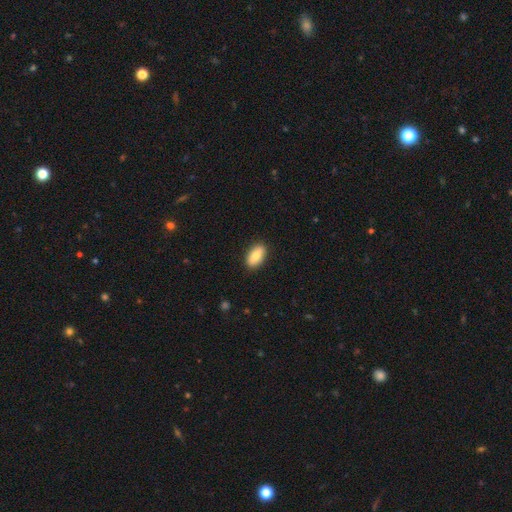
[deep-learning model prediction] Smooth or featured: smooth — 82% (featured or disk — 11%)
How rounded: in between — 89% (cigar-shaped — 6%)
Merging: none — 88% (minor disturbance — 9%)